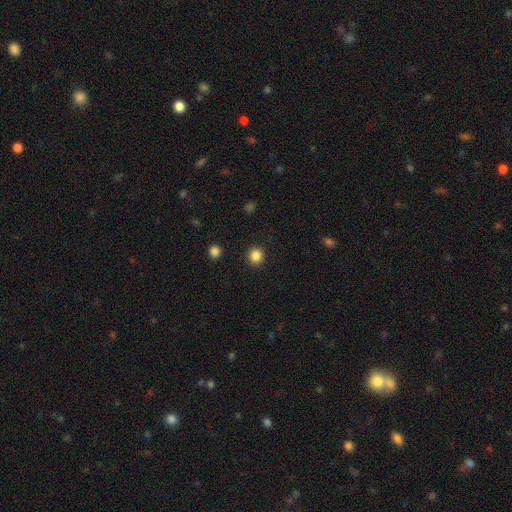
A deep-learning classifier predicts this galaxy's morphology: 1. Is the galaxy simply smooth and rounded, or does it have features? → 86% smooth, 11% star or artifact, 3% featured or disk.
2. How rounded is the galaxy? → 93% round, 6% in between, 1% cigar-shaped.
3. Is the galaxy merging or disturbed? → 92% none, 5% minor disturbance, 2% major disturbance, 1% merger.